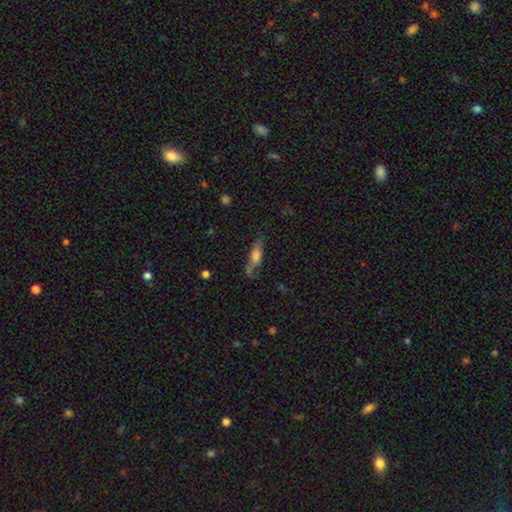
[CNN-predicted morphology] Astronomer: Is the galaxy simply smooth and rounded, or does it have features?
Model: smooth — 59%.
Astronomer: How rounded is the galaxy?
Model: cigar-shaped — 59% (runner-up: in between, 38%).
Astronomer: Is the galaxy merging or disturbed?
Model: none — 60%.